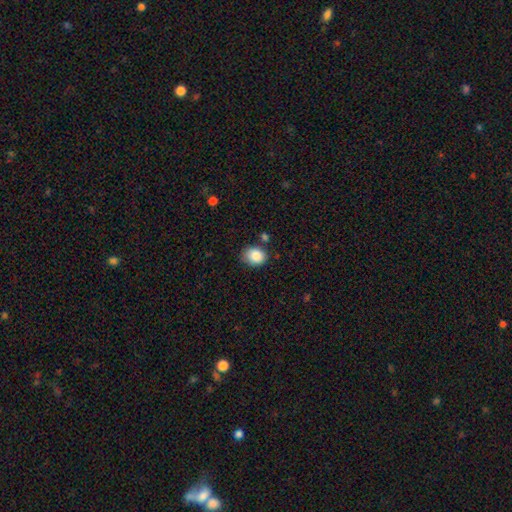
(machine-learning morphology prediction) smooth_or_featured: smooth (p=0.87) [alt: star or artifact p=0.08]
how_rounded: round (p=0.50) [alt: in between p=0.49]
merging: none (p=0.71) [alt: minor disturbance p=0.20]